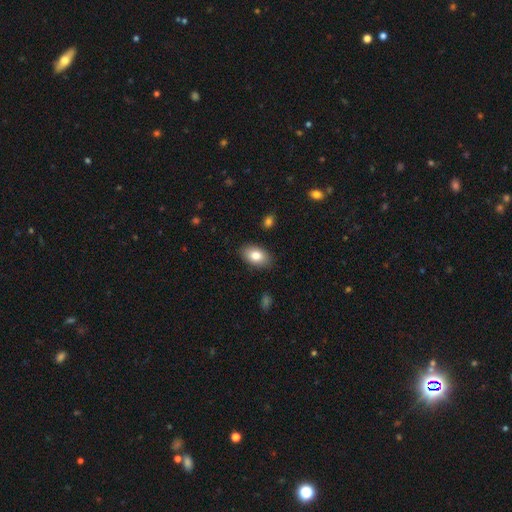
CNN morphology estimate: This appears to be a smooth galaxy with no disk features (81%) that is in between round and cigar-shaped (92%). Merging: none (87%).